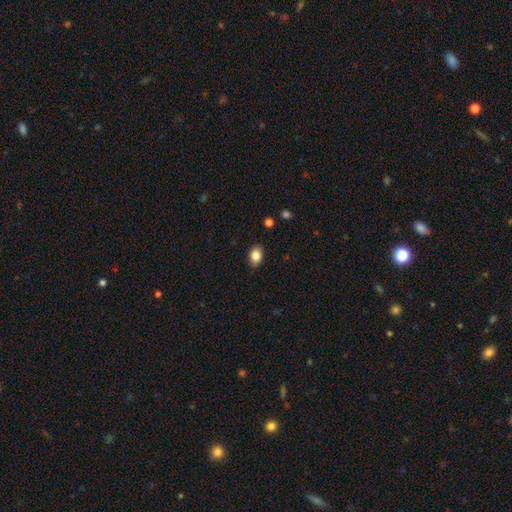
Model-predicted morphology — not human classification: Q: Smooth or featured?
A: smooth (84%); runner-up: star or artifact (9%)
Q: How rounded?
A: in between (82%); runner-up: round (17%)
Q: Merging?
A: none (88%); runner-up: minor disturbance (9%)